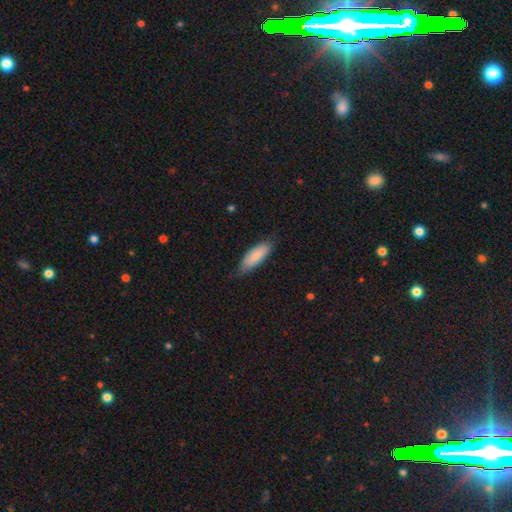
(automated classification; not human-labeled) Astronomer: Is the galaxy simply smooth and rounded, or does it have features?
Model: smooth — 85%.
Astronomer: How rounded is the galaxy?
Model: in between — 65%.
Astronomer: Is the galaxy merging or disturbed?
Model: none — 72%.